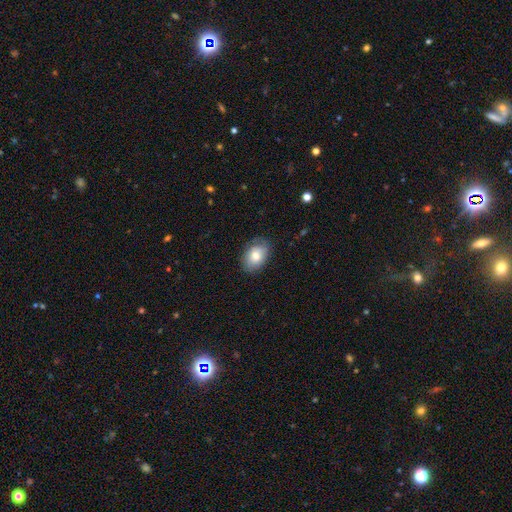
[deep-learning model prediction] Morphology: type=smooth (76%); roundness=in between (81%); merging=none (78%).